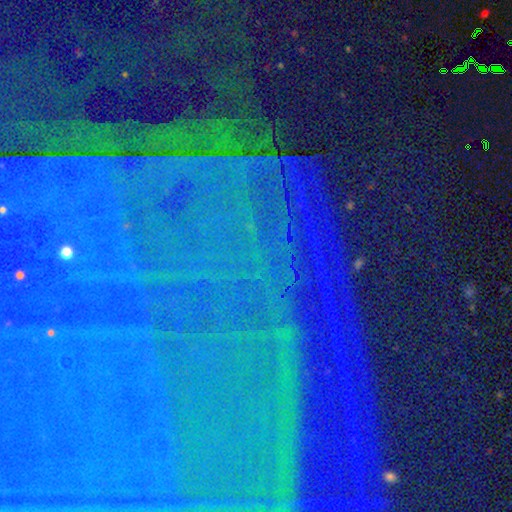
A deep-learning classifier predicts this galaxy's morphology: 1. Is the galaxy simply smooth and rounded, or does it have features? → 86% star or artifact, 8% featured or disk, 6% smooth.